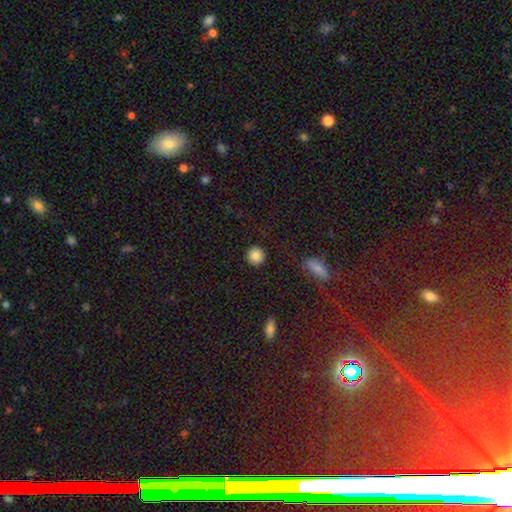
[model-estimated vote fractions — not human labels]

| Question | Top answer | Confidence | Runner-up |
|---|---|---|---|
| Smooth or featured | smooth | 86% | star or artifact (9%) |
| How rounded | round | 94% | in between (5%) |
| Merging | none | 92% | minor disturbance (5%) |